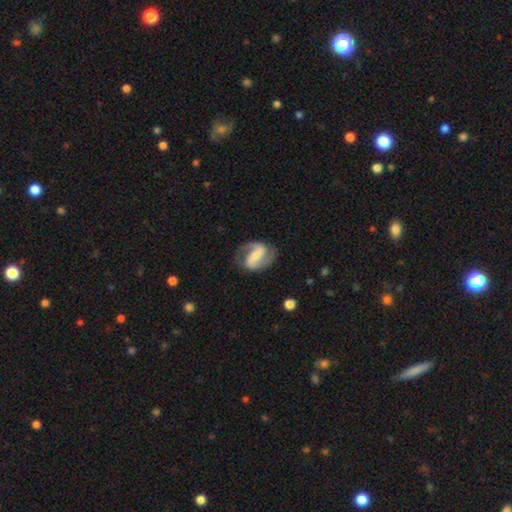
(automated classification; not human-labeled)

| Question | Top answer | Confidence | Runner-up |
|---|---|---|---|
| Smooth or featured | featured or disk | 81% | smooth (14%) |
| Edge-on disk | no | 97% | yes (3%) |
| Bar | strong | 48% | weak (35%) |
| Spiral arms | yes | 94% | no (6%) |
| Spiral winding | medium | 46% | loose (35%) |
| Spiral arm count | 2 | 89% | 1 (4%) |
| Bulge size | small | 44% | moderate (35%) |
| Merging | none | 74% | minor disturbance (16%) |